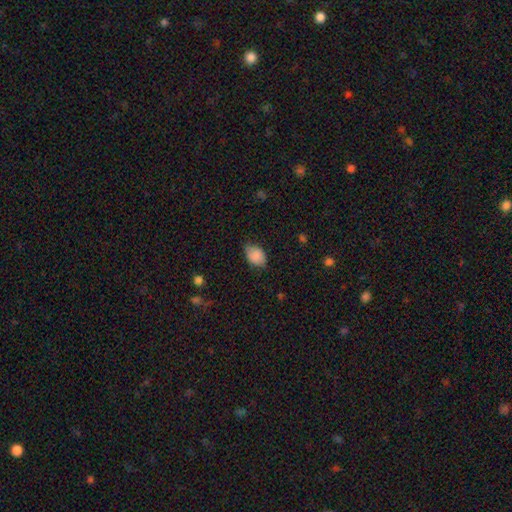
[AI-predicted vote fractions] A smooth galaxy with no disk features (86%) that is in between round and cigar-shaped (81%). Merging: none (72%).